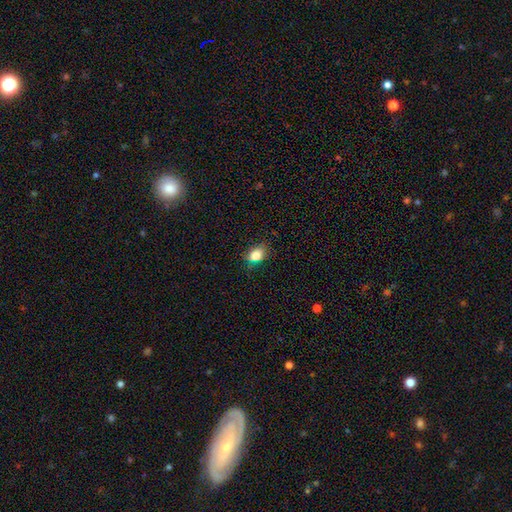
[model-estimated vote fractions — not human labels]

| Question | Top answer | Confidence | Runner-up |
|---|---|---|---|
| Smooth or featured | smooth | 82% | star or artifact (10%) |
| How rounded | in between | 76% | round (22%) |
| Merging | none | 74% | minor disturbance (20%) |